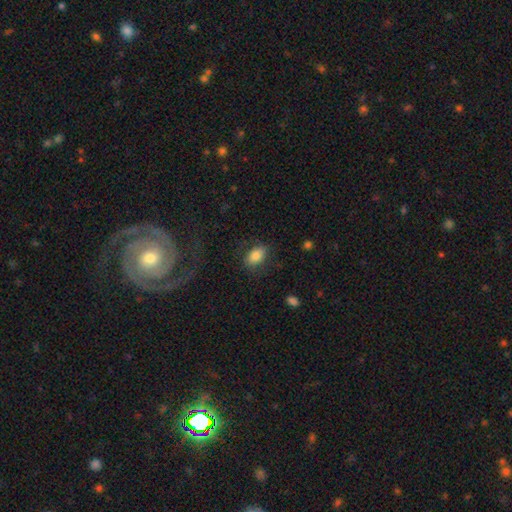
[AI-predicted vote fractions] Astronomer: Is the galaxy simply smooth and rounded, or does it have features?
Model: smooth — 81%.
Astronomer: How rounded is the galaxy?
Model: in between — 88%.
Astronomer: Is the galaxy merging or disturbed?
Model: none — 75%.